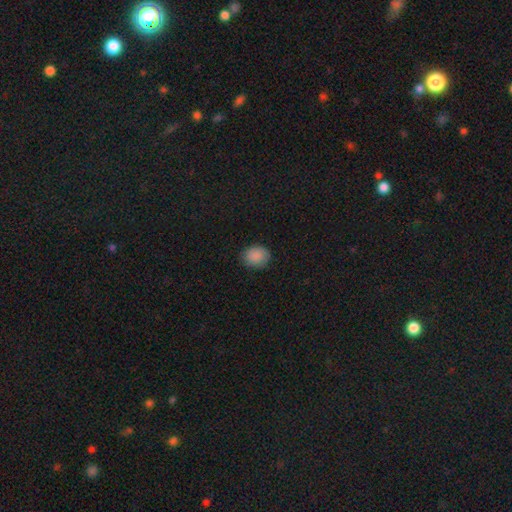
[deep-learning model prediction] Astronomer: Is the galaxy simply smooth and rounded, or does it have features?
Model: smooth — 88%.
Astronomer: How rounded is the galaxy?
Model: round — 60% (runner-up: in between, 39%).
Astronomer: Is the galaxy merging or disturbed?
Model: none — 83%.